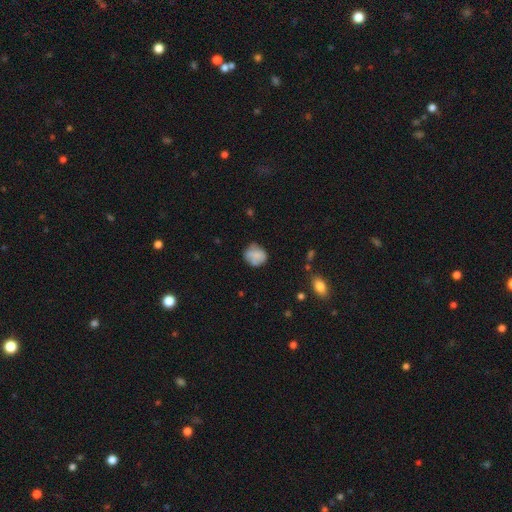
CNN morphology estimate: Smooth or featured? smooth (66%)
How rounded? round (70%)
Merging? none (53%)